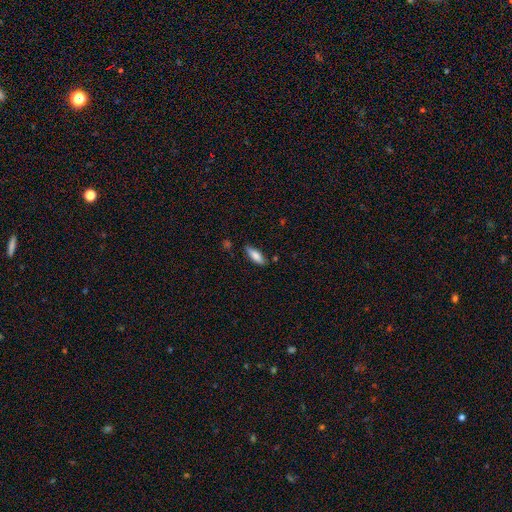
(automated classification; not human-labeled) A smooth galaxy with no disk features (80%) that is in between round and cigar-shaped (58%). Merging: none (78%).